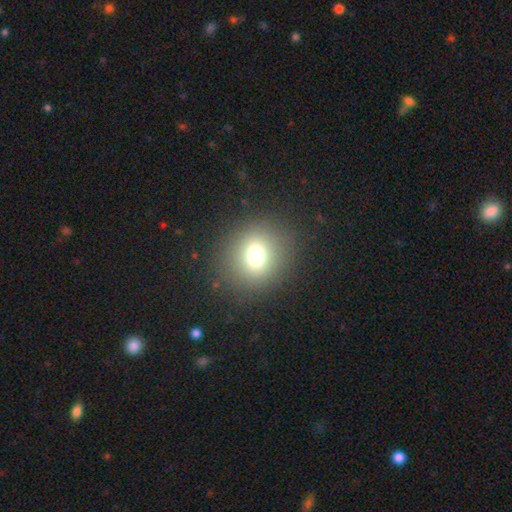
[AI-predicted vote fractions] smooth 71%, star or artifact 18%, featured or disk 11%. Down the decision tree: how rounded — round (81%); merging — none (86%).